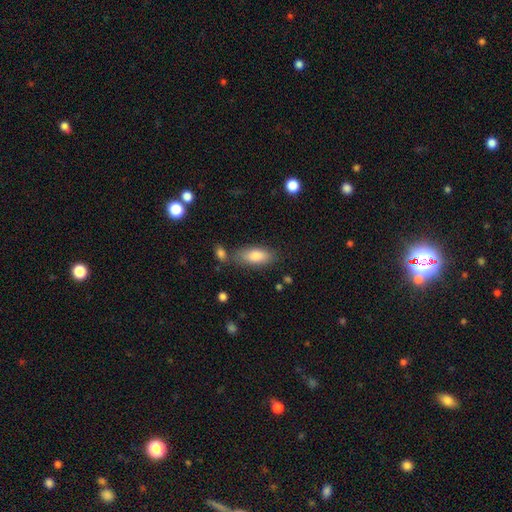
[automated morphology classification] smooth 81%, featured or disk 11%, star or artifact 8%. Down the decision tree: how rounded — in between (83%); merging — none (72%).